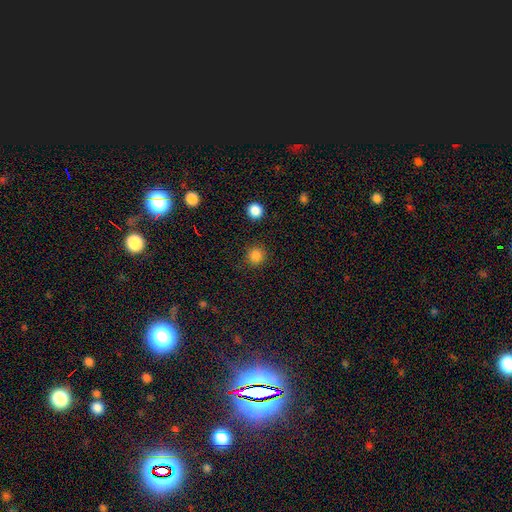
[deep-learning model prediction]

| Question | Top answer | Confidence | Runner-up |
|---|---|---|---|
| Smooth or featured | smooth | 84% | star or artifact (13%) |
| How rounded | round | 94% | in between (5%) |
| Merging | none | 88% | minor disturbance (7%) |